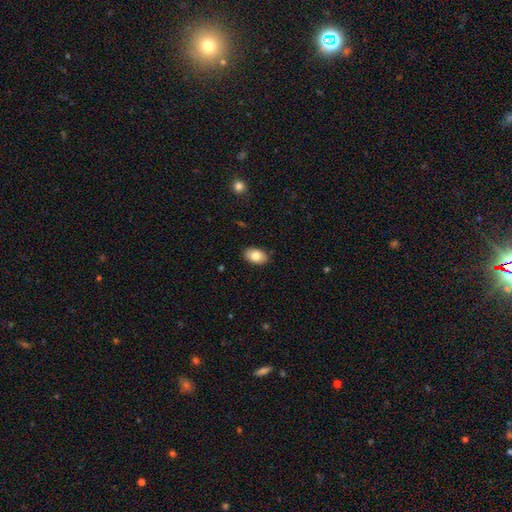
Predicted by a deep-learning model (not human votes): A smooth galaxy with no disk features (83%) that is in between round and cigar-shaped (90%). Merging: none (88%).